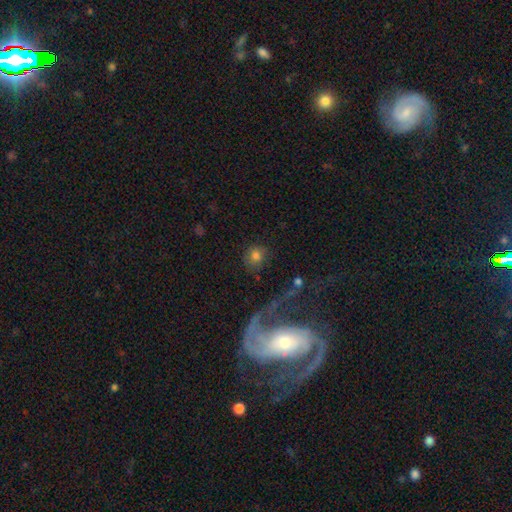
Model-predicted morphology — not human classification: smooth 71%, featured or disk 15%, star or artifact 13%. Down the decision tree: how rounded — round (81%); merging — none (72%).